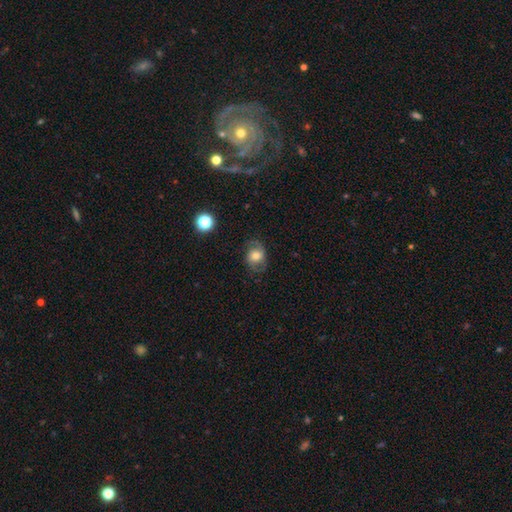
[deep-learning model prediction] Smooth or featured? Predicted: smooth (p=0.48). Merging? Predicted: none (p=0.67).